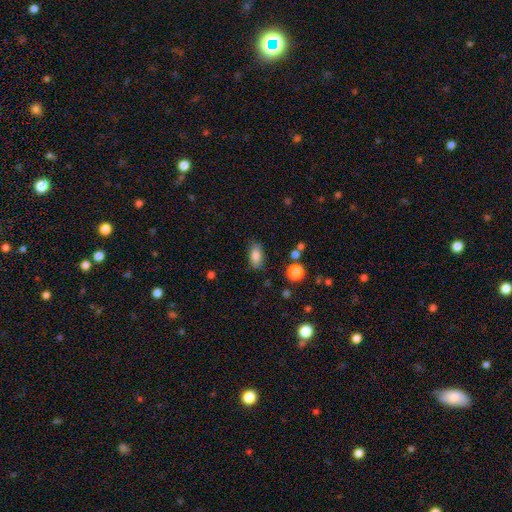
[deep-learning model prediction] Q: Smooth or featured?
A: smooth (84%); runner-up: star or artifact (9%)
Q: How rounded?
A: in between (87%); runner-up: cigar-shaped (8%)
Q: Merging?
A: none (81%); runner-up: minor disturbance (13%)